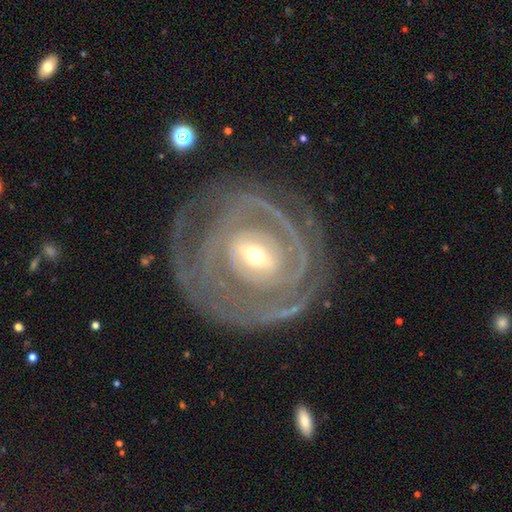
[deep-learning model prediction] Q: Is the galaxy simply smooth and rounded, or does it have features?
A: featured or disk — 87%.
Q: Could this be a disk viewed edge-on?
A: no — 96%.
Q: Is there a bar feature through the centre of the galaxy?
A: weak — 40%.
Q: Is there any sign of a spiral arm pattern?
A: yes — 89%.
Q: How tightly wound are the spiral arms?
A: tight — 70%.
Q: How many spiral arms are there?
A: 2 — 35%.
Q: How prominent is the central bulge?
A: small — 54%.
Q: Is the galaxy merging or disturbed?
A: none — 65%.